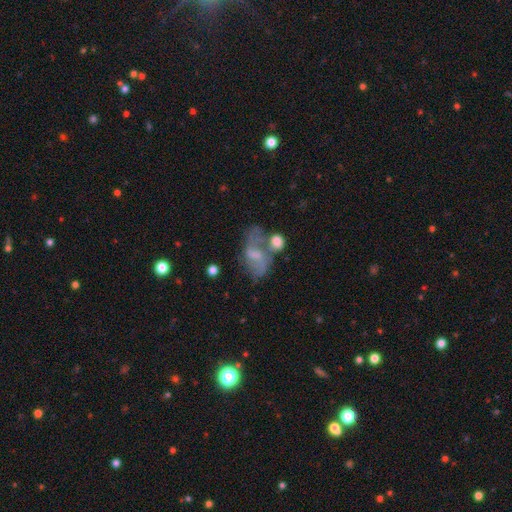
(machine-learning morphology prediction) smooth_or_featured: featured or disk (p=0.65) [alt: smooth p=0.25]
disk_edge_on: no (p=0.96) [alt: yes p=0.04]
bar: weak (p=0.53) [alt: no p=0.30]
has_spiral_arms: yes (p=0.77) [alt: no p=0.23]
bulge_size: small (p=0.42) [alt: moderate p=0.28]
merging: none (p=0.37) [alt: merger p=0.25]